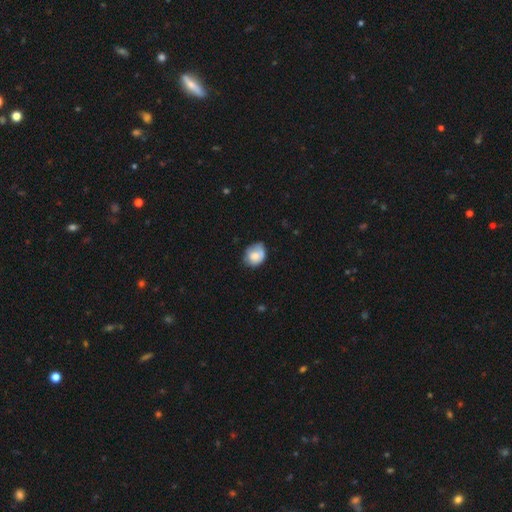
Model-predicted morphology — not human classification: The model was most divided on "how rounded": round: 57%, in between: 42%, cigar-shaped: 1%. More confident: smooth or featured — smooth (68%); merging — none (53%).